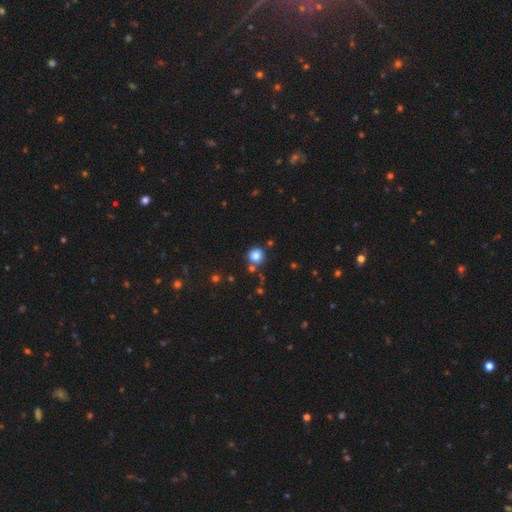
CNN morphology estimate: The model was most divided on "merging": none: 76%, merger: 10%, minor disturbance: 10%, major disturbance: 3%. More confident: how rounded — round (91%); smooth or featured — smooth (82%).